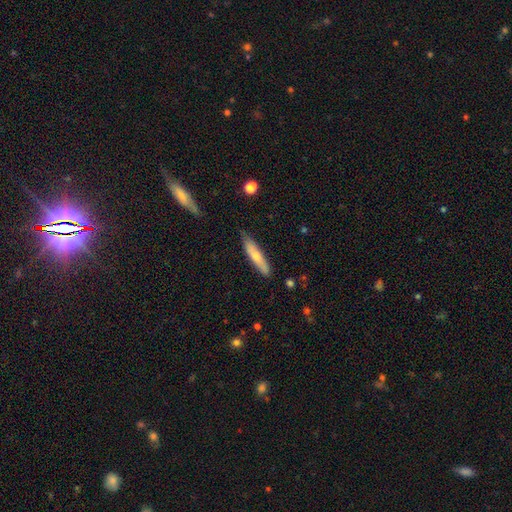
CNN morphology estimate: Smooth or featured?
  - smooth: 55% *
  - featured or disk: 39%
  - star or artifact: 6%
How rounded?
  - cigar-shaped: 85% *
  - in between: 13%
  - round: 2%
Merging?
  - none: 80% *
  - minor disturbance: 16%
  - major disturbance: 2%
  - merger: 1%